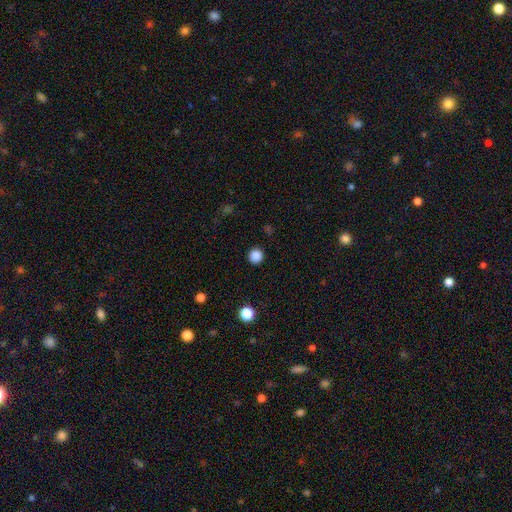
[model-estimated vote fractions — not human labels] The model was most divided on "smooth or featured": smooth: 86%, star or artifact: 11%, featured or disk: 2%. More confident: how rounded — round (95%); merging — none (93%).